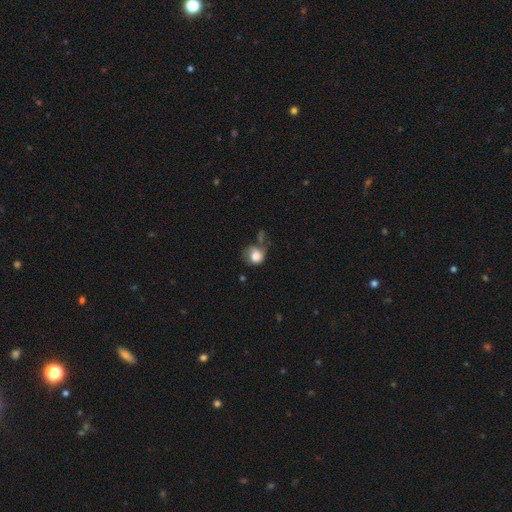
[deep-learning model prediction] Smooth or featured? smooth (77%)
How rounded? round (73%)
Merging? none (38%)